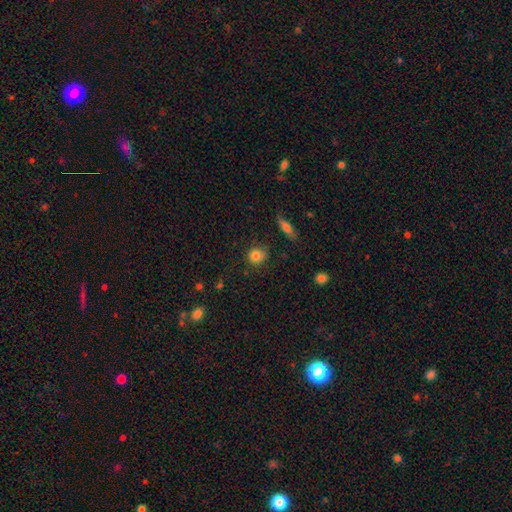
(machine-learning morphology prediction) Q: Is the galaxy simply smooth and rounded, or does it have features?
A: smooth — 83%.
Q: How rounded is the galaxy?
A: round — 86%.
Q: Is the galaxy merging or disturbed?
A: none — 81%.